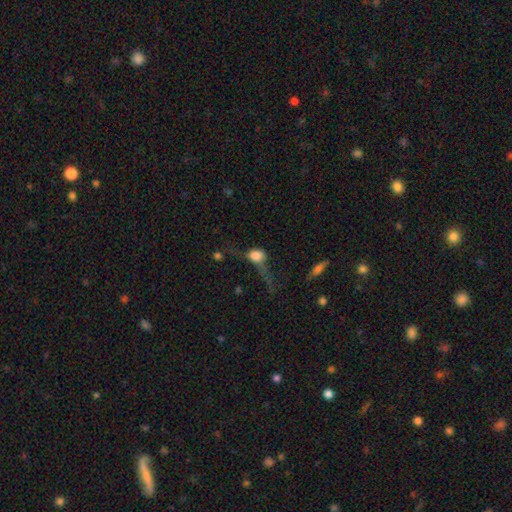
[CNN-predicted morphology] Smooth or featured? smooth (62%)
How rounded? in between (50%)
Merging? major disturbance (54%)